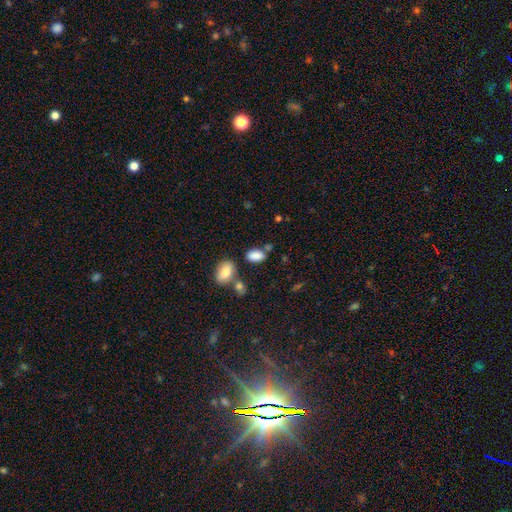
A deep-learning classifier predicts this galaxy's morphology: Overall: smooth (87%). How rounded: in between (92%). Merging: none (67%).